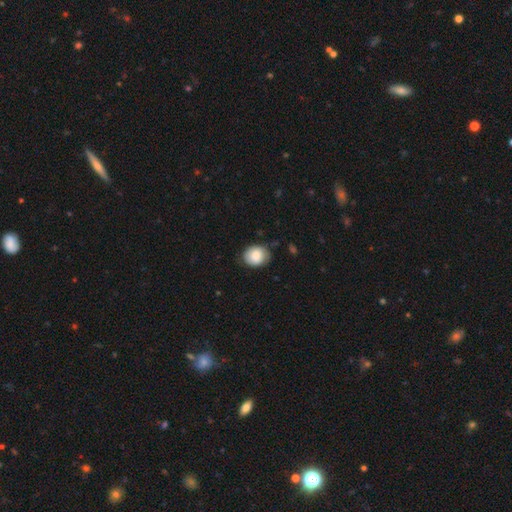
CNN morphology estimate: Smooth or featured: smooth — 82% (featured or disk — 11%)
How rounded: round — 64% (in between — 36%)
Merging: none — 76% (minor disturbance — 18%)